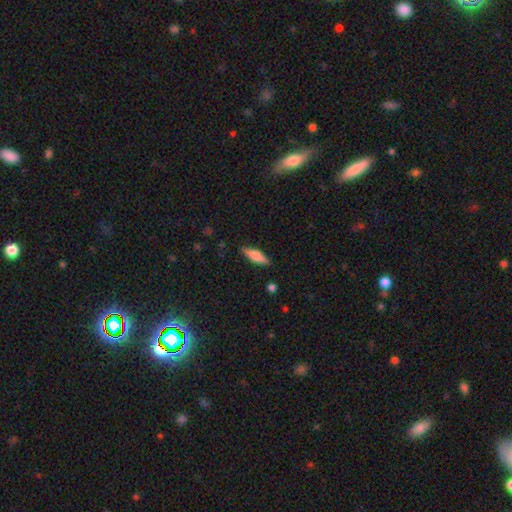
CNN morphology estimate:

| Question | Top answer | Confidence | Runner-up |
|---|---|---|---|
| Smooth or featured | smooth | 65% | featured or disk (29%) |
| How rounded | cigar-shaped | 61% | in between (37%) |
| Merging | none | 87% | minor disturbance (9%) |